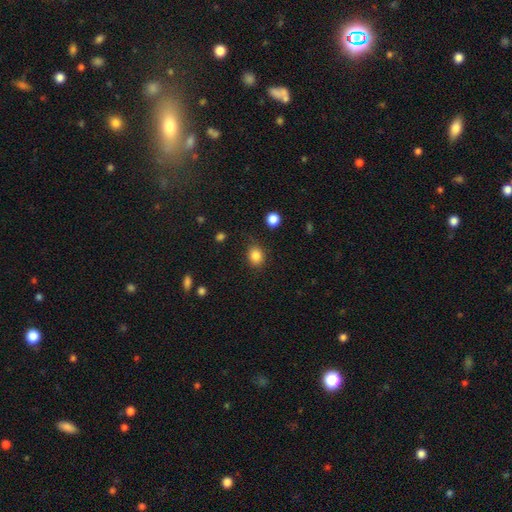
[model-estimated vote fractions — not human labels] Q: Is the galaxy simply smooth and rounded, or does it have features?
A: smooth — 85%.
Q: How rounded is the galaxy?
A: round — 62%.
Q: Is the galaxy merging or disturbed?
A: none — 83%.